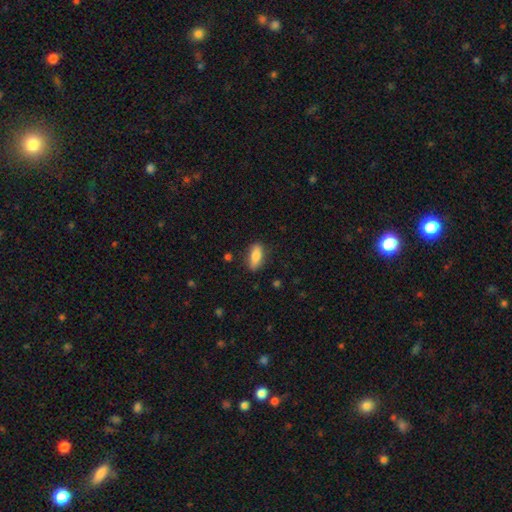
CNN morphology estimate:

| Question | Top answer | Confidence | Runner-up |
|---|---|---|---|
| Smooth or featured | smooth | 81% | featured or disk (12%) |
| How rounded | in between | 77% | cigar-shaped (20%) |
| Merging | none | 81% | minor disturbance (14%) |